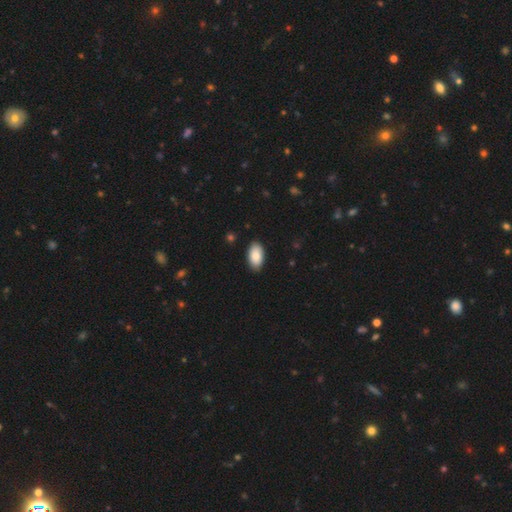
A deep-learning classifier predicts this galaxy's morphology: This is clearly a smooth galaxy (88%). How rounded: clearly in between (96%). Merging: clearly none (87%).